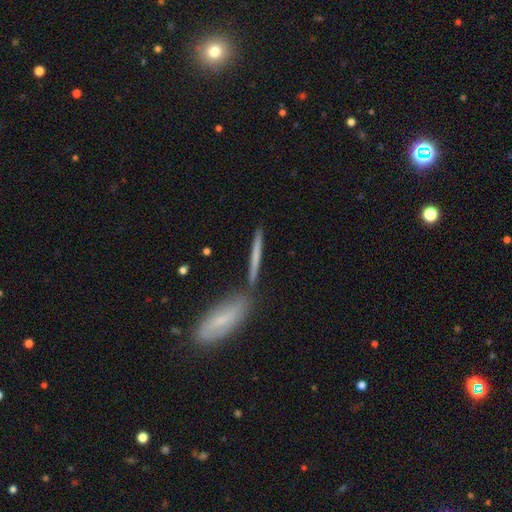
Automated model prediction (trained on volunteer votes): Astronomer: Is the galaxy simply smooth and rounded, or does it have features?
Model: smooth — 55% (runner-up: featured or disk, 39%).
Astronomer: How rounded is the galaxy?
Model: cigar-shaped — 94%.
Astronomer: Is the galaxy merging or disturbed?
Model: none — 75%.